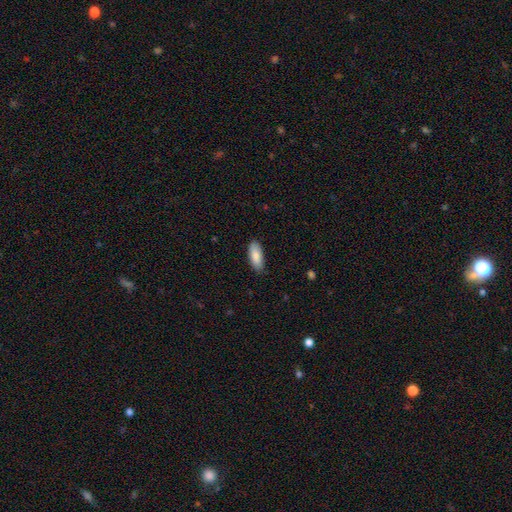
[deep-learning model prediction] Smooth or featured: smooth — 88% (featured or disk — 7%)
How rounded: in between — 80% (cigar-shaped — 18%)
Merging: none — 86% (minor disturbance — 11%)